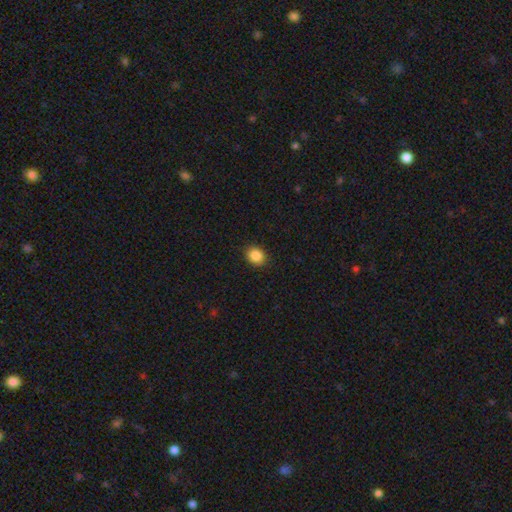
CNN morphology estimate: A smooth galaxy with no disk features (87%) that is round (57%).

Vote fractions:
- Smooth or featured? smooth: 87% / star or artifact: 9% / featured or disk: 4%
- How rounded? round: 57% / in between: 42% / cigar-shaped: 1%
- Merging? none: 90% / minor disturbance: 7% / major disturbance: 2% / merger: 1%